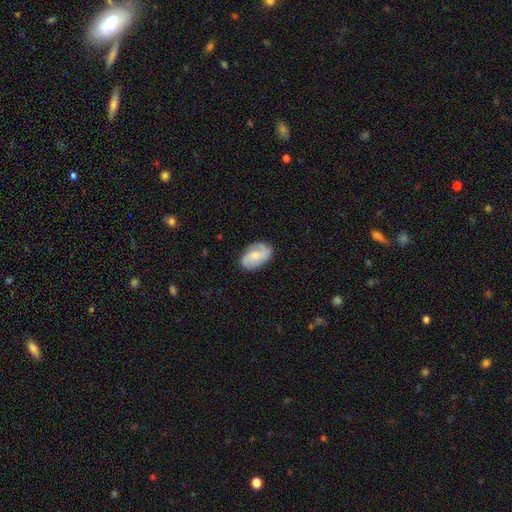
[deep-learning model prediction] A featured or disk galaxy (57%) with no bar (54%), spiral arms (90%) and a small central bulge (45%). Merging: none (77%).